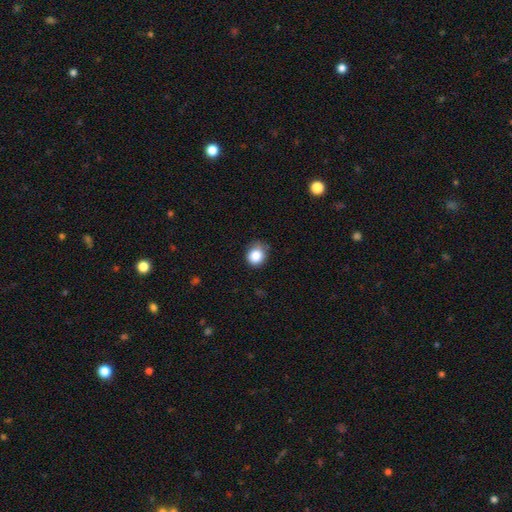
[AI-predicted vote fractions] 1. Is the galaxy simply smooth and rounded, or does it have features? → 86% smooth, 10% star or artifact, 5% featured or disk.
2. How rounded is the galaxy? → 78% round, 22% in between, 1% cigar-shaped.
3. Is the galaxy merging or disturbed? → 65% none, 28% minor disturbance, 6% major disturbance, 2% merger.